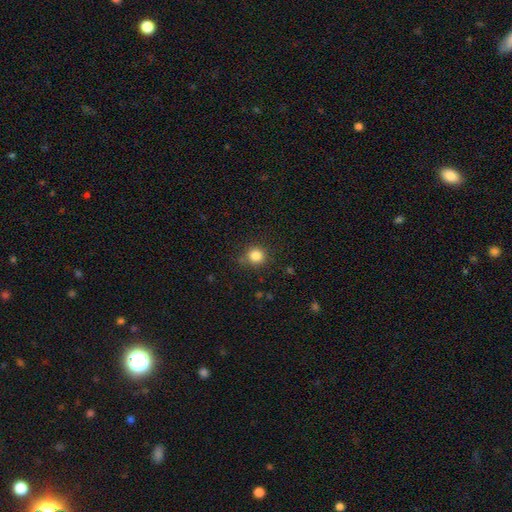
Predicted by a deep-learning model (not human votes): Smooth or featured? smooth (84%)
How rounded? round (88%)
Merging? none (81%)